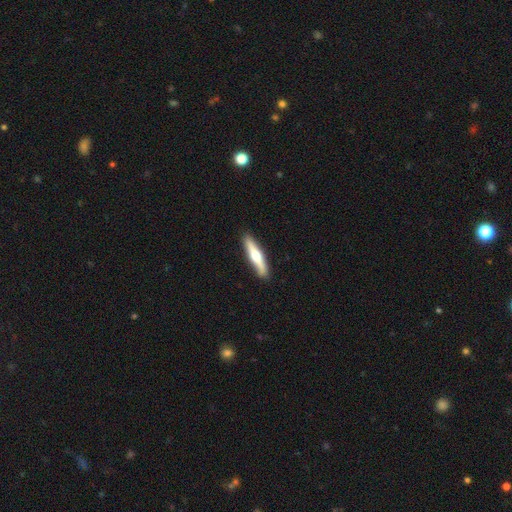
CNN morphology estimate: Overall: featured or disk (55%; smooth 40%). Edge-on disk: yes (94%). Edge-on bulge: rounded (91%). Merging: none (90%).